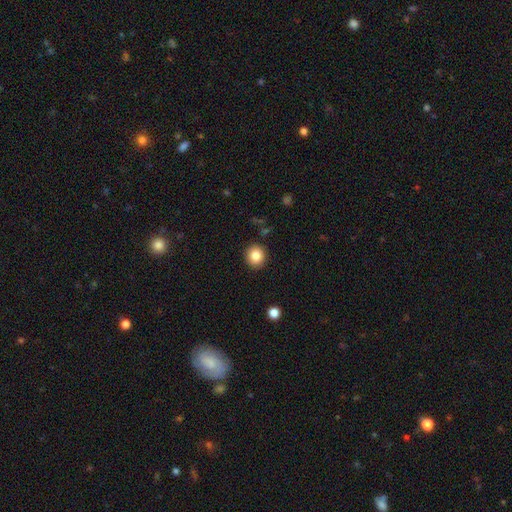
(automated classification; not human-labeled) A smooth galaxy with no disk features (84%) that is round (86%). Merging: none (90%).